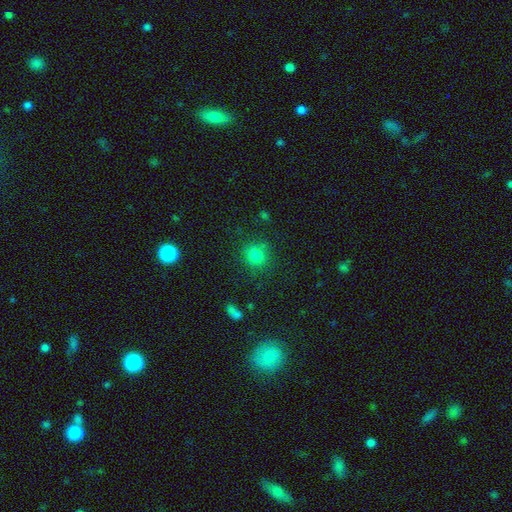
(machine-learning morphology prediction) Smooth or featured: smooth — 80% (star or artifact — 14%)
How rounded: round — 90% (in between — 9%)
Merging: none — 82% (minor disturbance — 11%)